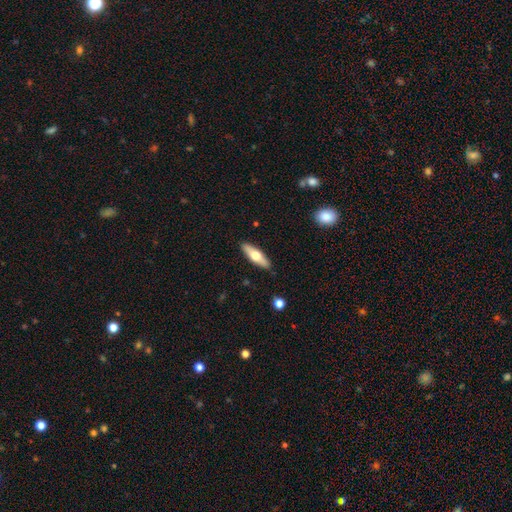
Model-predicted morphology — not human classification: A smooth galaxy with no disk features (56%) that is cigar-shaped (49%). Merging: none (88%).